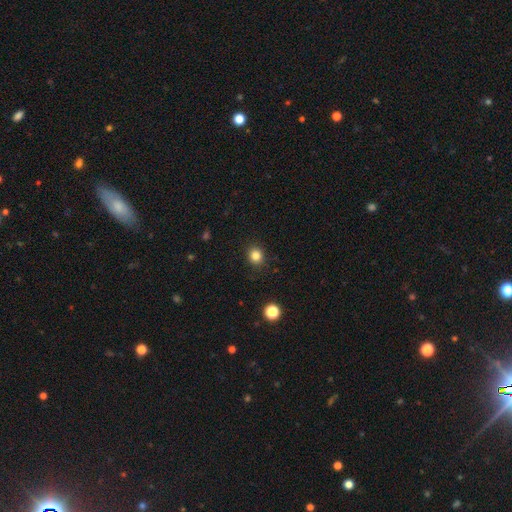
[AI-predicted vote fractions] smooth_or_featured: smooth (p=0.84) [alt: star or artifact p=0.12]
how_rounded: round (p=0.82) [alt: in between p=0.17]
merging: none (p=0.90) [alt: minor disturbance p=0.07]